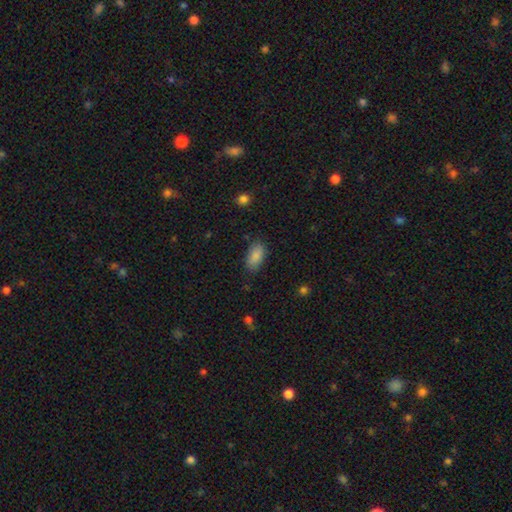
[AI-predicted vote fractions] Overall: smooth (86%). How rounded: in between (92%). Merging: none (81%).